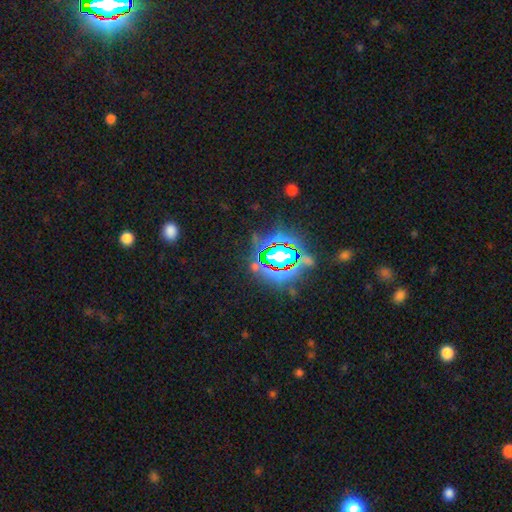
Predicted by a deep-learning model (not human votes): A star or artifact, not a galaxy (83%).